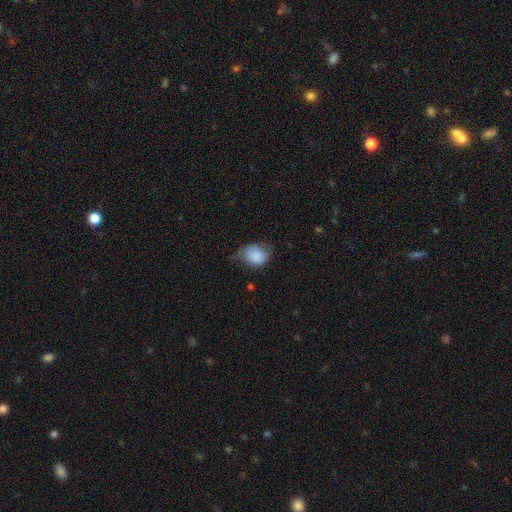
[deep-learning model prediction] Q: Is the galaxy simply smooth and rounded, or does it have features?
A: smooth — 81%.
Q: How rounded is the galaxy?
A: round — 51%.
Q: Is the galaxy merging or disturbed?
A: minor disturbance — 46%.